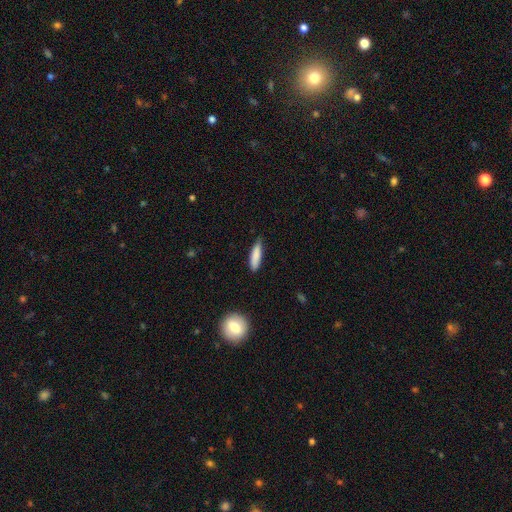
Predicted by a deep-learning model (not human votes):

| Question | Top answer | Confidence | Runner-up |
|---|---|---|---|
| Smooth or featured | smooth | 85% | featured or disk (9%) |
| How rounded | cigar-shaped | 70% | in between (29%) |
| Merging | none | 71% | minor disturbance (24%) |